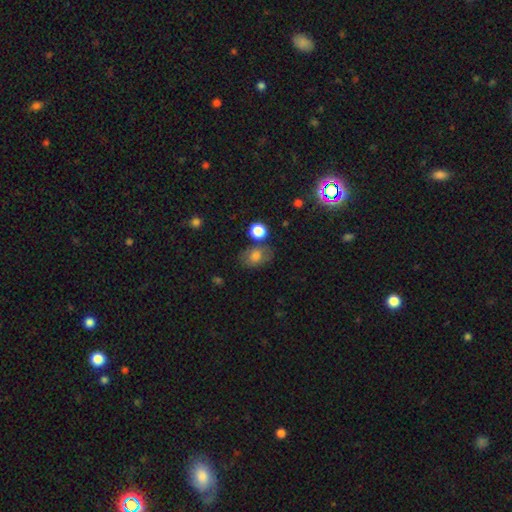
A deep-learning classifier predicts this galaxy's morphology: smooth_or_featured: smooth (p=0.74) [alt: featured or disk p=0.14]
how_rounded: in between (p=0.68) [alt: round p=0.31]
merging: none (p=0.60) [alt: minor disturbance p=0.20]